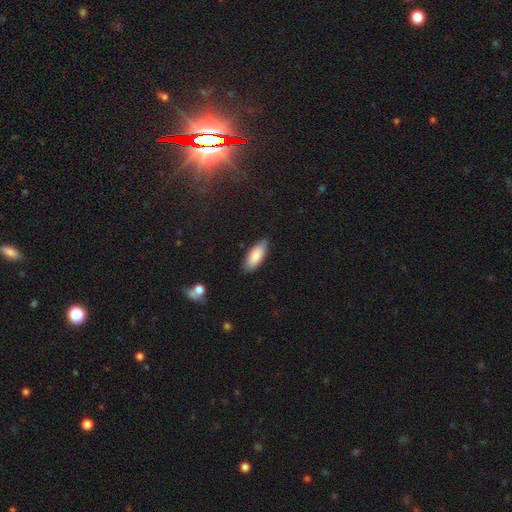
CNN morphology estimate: This is clearly a smooth galaxy (86%). How rounded: likely in between (78%). Merging: clearly none (86%).